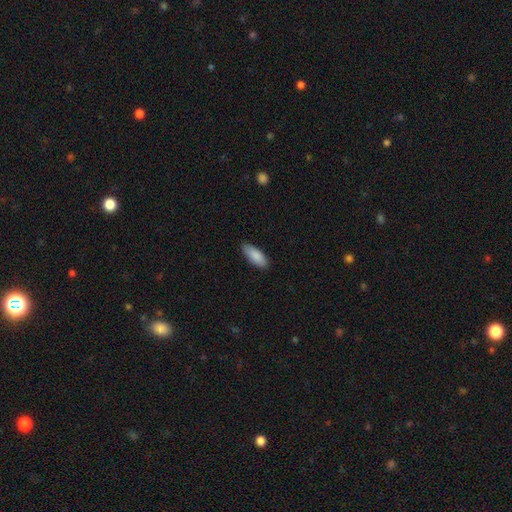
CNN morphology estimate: A smooth galaxy with no disk features (89%) that is in between round and cigar-shaped (74%). Merging: none (86%).